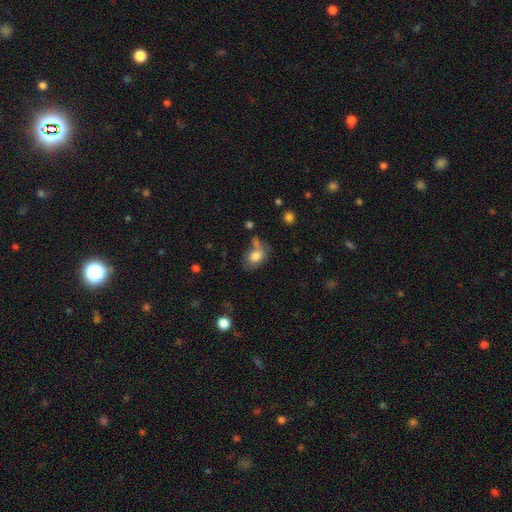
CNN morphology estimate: smooth-or-featured: smooth: 80% | featured or disk: 11% | star or artifact: 9%
  how-rounded: in between: 75% | round: 24% | cigar-shaped: 1%
  merging: none: 47% | minor disturbance: 22% | merger: 21% | major disturbance: 10%